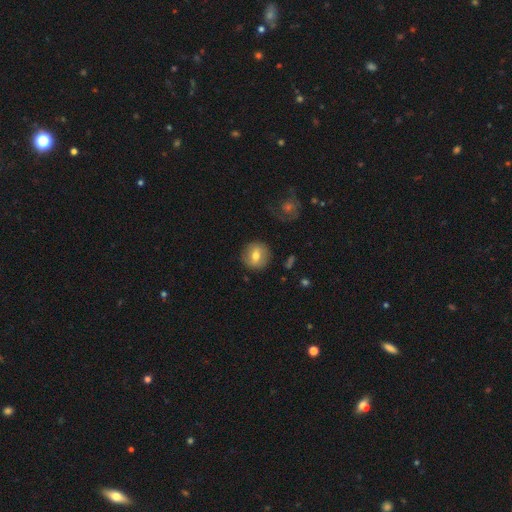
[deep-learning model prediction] Smooth or featured? smooth (66%)
How rounded? round (89%)
Merging? none (87%)